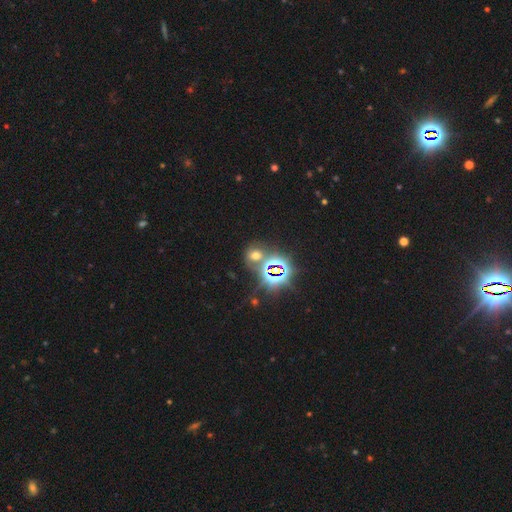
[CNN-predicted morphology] A star or artifact, not a galaxy (49%).